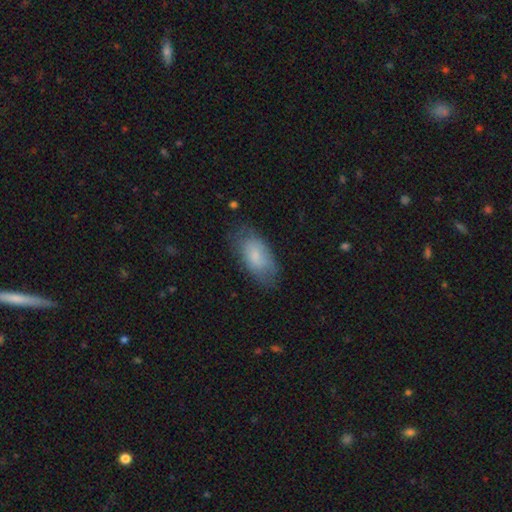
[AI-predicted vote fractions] smooth-or-featured: smooth: 75% | featured or disk: 19% | star or artifact: 7%
  how-rounded: in between: 91% | cigar-shaped: 6% | round: 3%
  merging: none: 68% | minor disturbance: 23% | major disturbance: 8% | merger: 1%